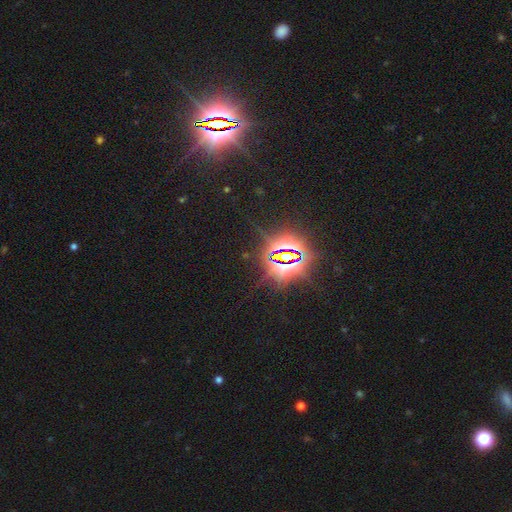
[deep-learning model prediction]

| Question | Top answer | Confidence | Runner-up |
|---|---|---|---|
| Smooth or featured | star or artifact | 86% | smooth (8%) |